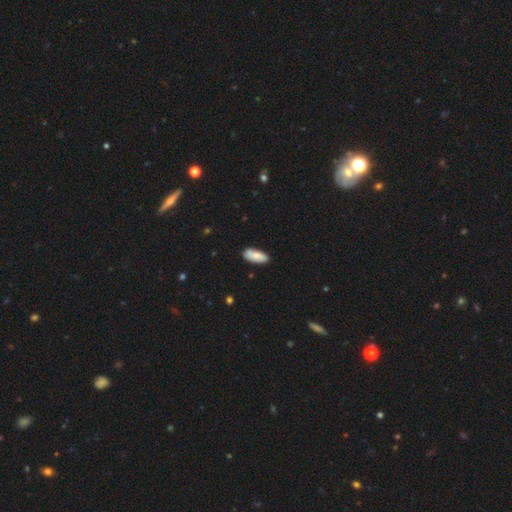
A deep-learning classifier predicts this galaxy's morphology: Q: Smooth or featured?
A: smooth (82%); runner-up: featured or disk (12%)
Q: How rounded?
A: in between (80%); runner-up: cigar-shaped (18%)
Q: Merging?
A: none (78%); runner-up: minor disturbance (16%)